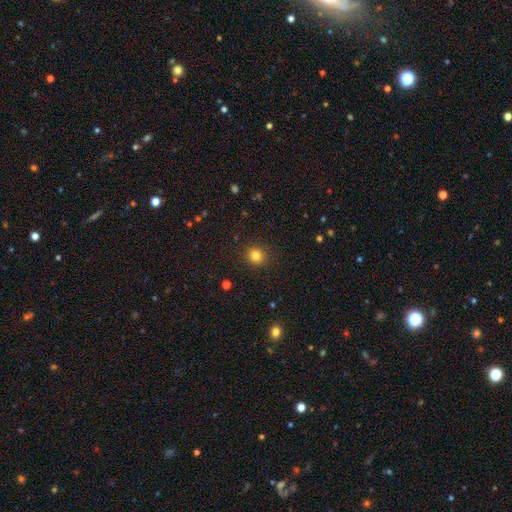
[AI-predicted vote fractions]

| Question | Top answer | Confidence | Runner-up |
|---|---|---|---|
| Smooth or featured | smooth | 82% | star or artifact (13%) |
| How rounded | round | 87% | in between (12%) |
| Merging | none | 90% | minor disturbance (6%) |